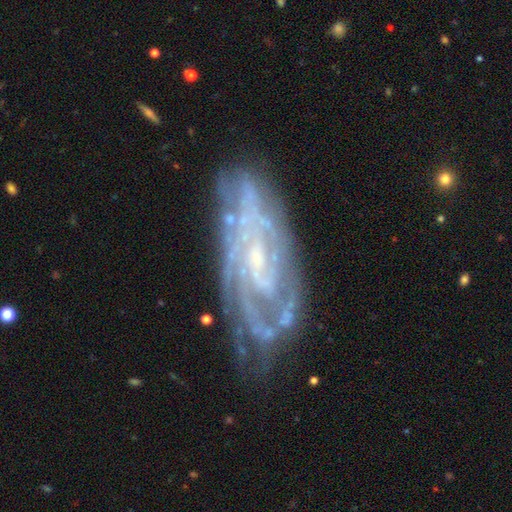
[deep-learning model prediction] Overall: featured or disk (84%). Edge-on disk: no (91%). Bar: no (45%; weak 40%). Spiral arms: yes (92%). Spiral arm count: can't tell (41%; 2 21%). Spiral winding: tight (65%; medium 28%). Bulge size: small (65%). Merging: none (68%).